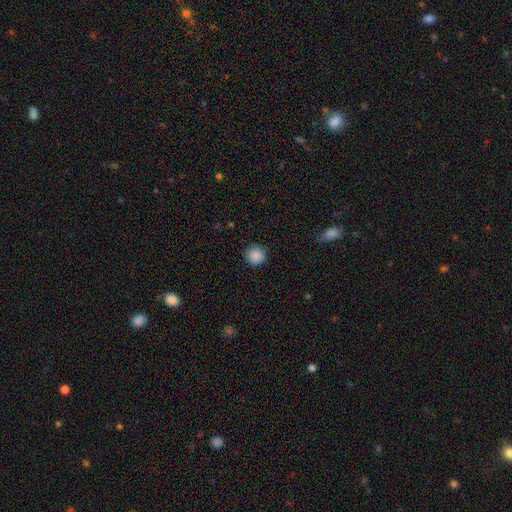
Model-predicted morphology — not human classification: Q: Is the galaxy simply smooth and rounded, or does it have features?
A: smooth — 87%.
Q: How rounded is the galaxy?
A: round — 93%.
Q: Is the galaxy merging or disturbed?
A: none — 89%.